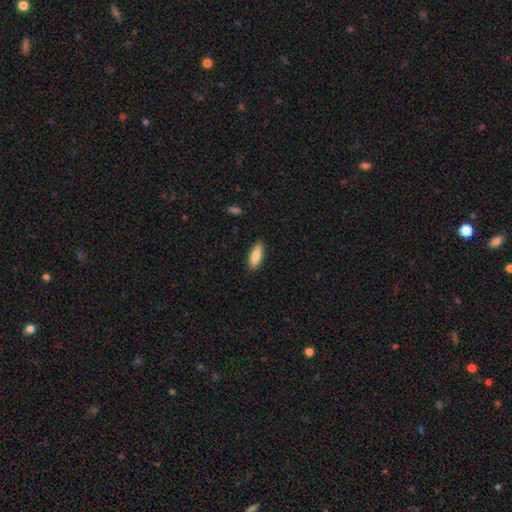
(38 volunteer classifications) smooth 92%, featured or disk 5%, star or artifact 3%. Down the decision tree: how rounded — cigar-shaped (51%); merging — none (86%).